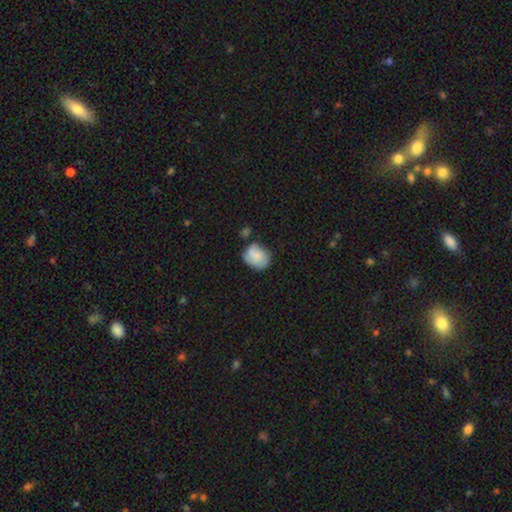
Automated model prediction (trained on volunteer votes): This appears to be a smooth galaxy with no disk features (60%) that is round (51%). Merging: none (53%).